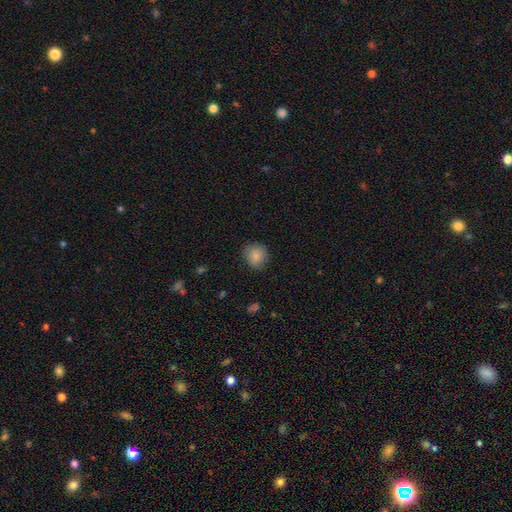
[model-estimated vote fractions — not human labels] smooth_or_featured: smooth (p=0.86) [alt: star or artifact p=0.09]
how_rounded: round (p=0.86) [alt: in between p=0.13]
merging: none (p=0.85) [alt: minor disturbance p=0.11]